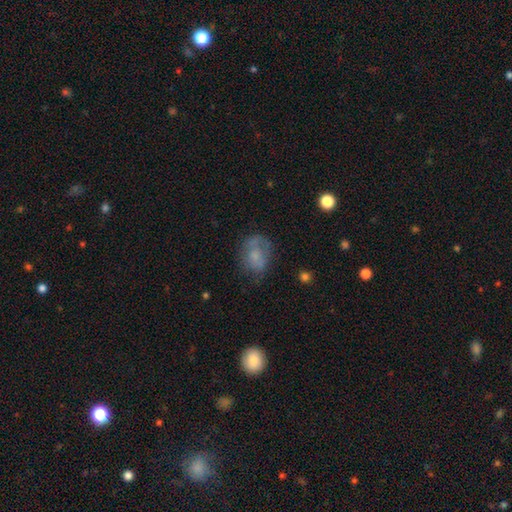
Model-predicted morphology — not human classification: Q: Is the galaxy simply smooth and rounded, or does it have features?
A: smooth — 59%.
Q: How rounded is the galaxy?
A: in between — 64%.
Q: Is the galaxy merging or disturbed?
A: none — 50%.